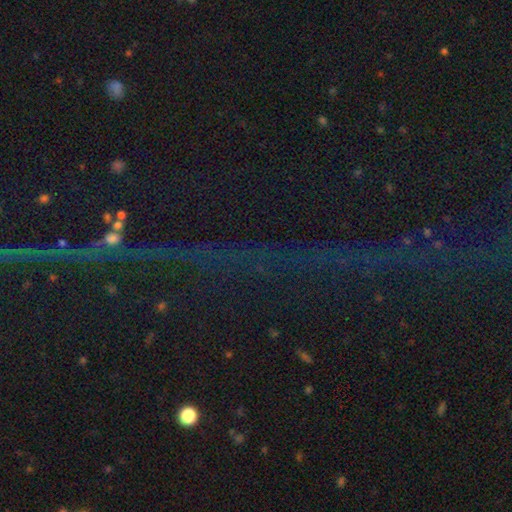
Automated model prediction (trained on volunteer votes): Q: Smooth or featured?
A: star or artifact (77%); runner-up: featured or disk (13%)